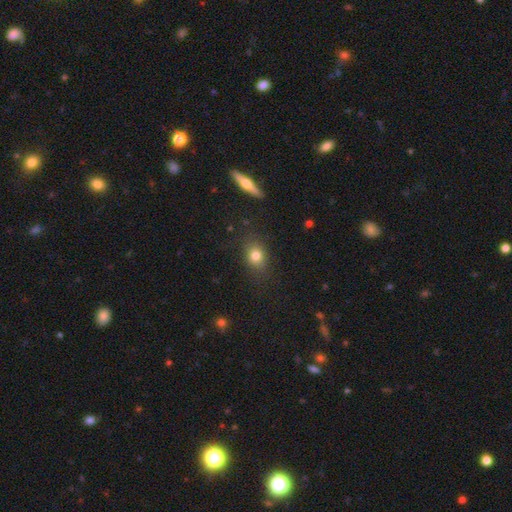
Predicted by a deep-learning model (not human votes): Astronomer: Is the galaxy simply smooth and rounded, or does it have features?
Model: smooth — 78%.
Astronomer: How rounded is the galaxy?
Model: in between — 52% (runner-up: round, 46%).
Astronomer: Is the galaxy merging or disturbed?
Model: none — 80%.